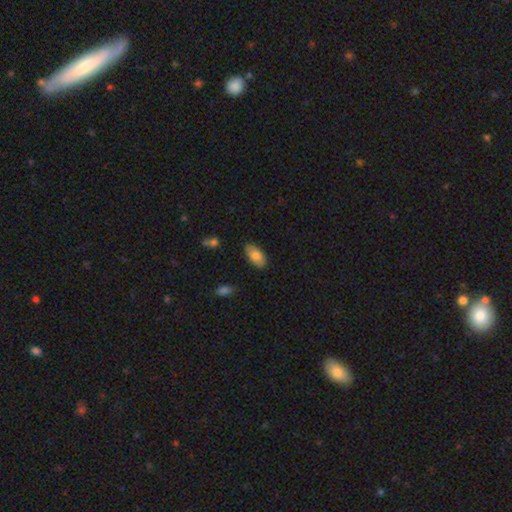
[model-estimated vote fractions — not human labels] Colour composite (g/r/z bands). It shows a smooth galaxy with no disk features (80%) that is in between round and cigar-shaped (93%). Merging: none (80%).